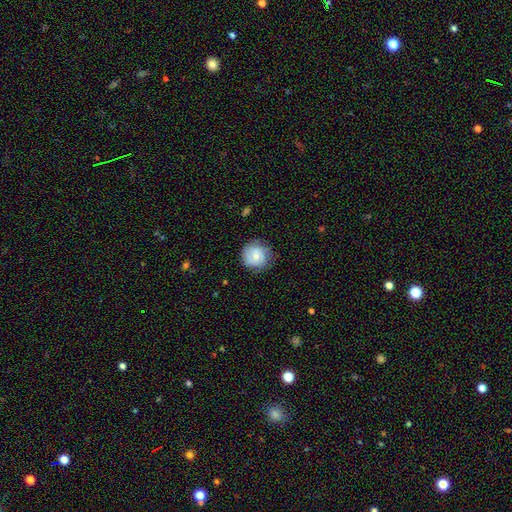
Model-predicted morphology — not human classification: Q: Smooth or featured?
A: smooth (59%); runner-up: featured or disk (33%)
Q: How rounded?
A: round (89%); runner-up: in between (10%)
Q: Merging?
A: none (74%); runner-up: minor disturbance (19%)